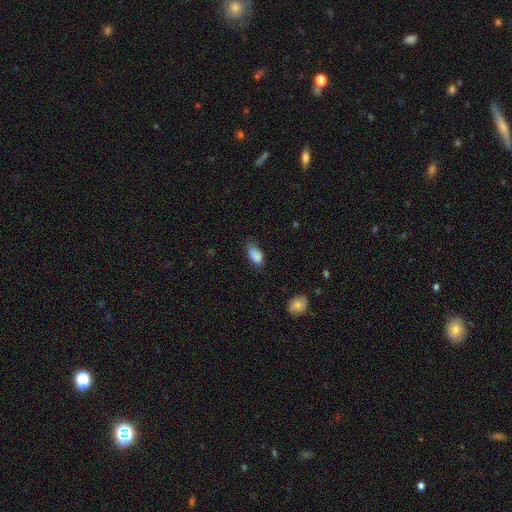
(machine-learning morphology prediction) Smooth or featured?
  - smooth: 87% *
  - star or artifact: 8%
  - featured or disk: 5%
How rounded?
  - in between: 91% *
  - round: 5%
  - cigar-shaped: 3%
Merging?
  - none: 56% *
  - minor disturbance: 35%
  - major disturbance: 8%
  - merger: 2%